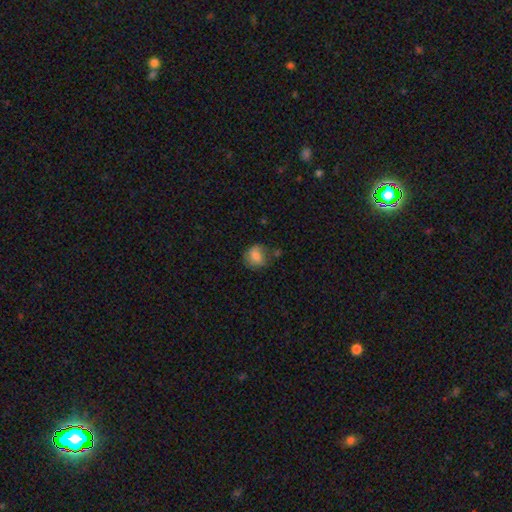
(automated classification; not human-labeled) Smooth or featured: smooth — 76% (featured or disk — 15%)
How rounded: round — 68% (in between — 31%)
Merging: none — 57% (minor disturbance — 27%)